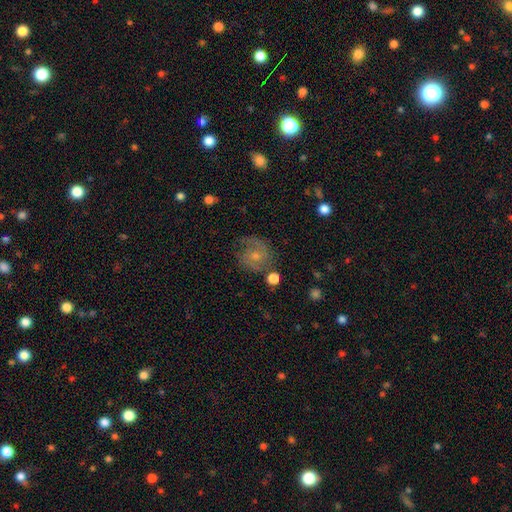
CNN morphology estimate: type=featured or disk (56%); edge-on=no (97%); bar=no (68%); spiral arms=yes (84%); bulge=small (55%); merging=none (64%).